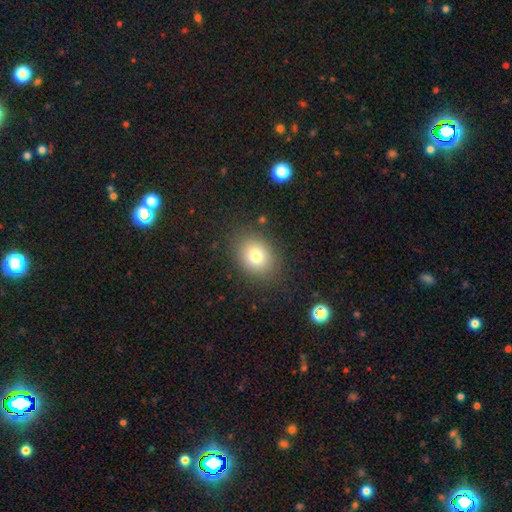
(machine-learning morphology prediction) Smooth or featured?
  - smooth: 78% *
  - star or artifact: 12%
  - featured or disk: 10%
How rounded?
  - round: 52% *
  - in between: 47%
  - cigar-shaped: 1%
Merging?
  - none: 85% *
  - minor disturbance: 10%
  - major disturbance: 4%
  - merger: 1%